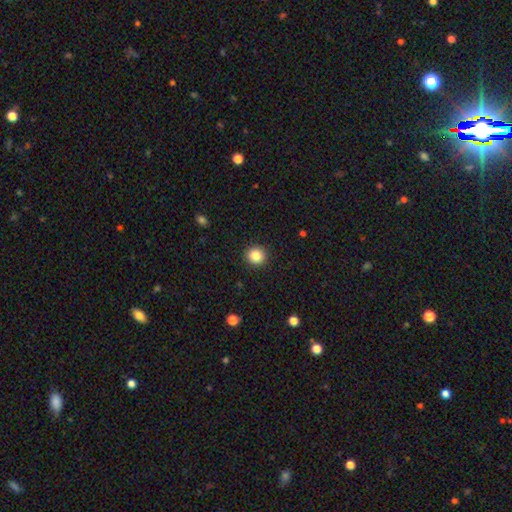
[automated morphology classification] This appears to be a smooth galaxy with no disk features (85%) that is round (93%). Merging: none (92%).